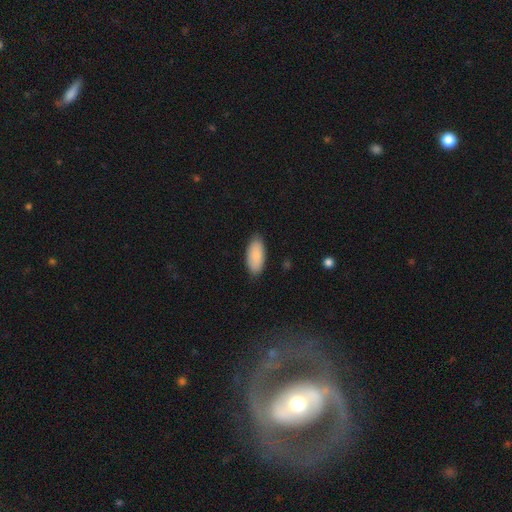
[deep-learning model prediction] Q: Smooth or featured?
A: smooth (85%); runner-up: featured or disk (9%)
Q: How rounded?
A: in between (90%); runner-up: cigar-shaped (8%)
Q: Merging?
A: none (85%); runner-up: minor disturbance (12%)